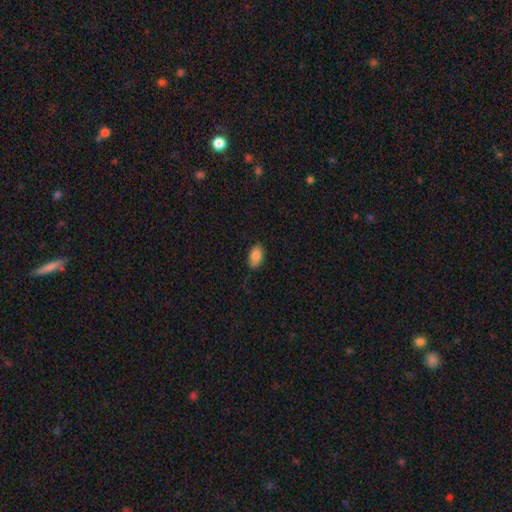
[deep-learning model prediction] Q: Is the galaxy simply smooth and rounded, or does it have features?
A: smooth — 85%.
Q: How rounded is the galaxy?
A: in between — 92%.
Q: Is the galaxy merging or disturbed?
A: none — 82%.